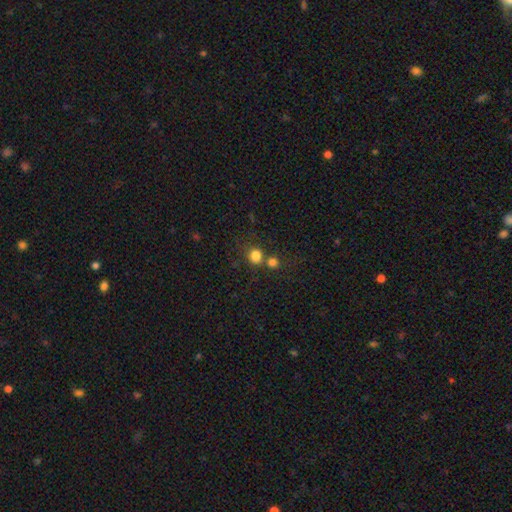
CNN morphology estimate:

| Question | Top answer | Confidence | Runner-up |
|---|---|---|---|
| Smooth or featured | smooth | 81% | star or artifact (13%) |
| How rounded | round | 82% | in between (17%) |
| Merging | none | 58% | merger (30%) |